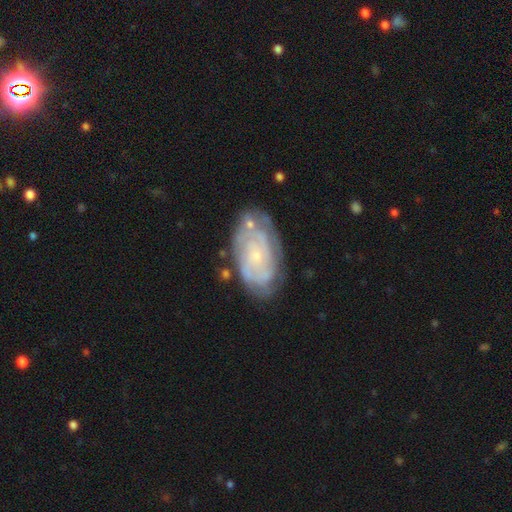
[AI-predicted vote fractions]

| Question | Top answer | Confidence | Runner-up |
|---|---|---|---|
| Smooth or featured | featured or disk | 76% | smooth (18%) |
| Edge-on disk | no | 96% | yes (4%) |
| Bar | no | 78% | weak (19%) |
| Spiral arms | yes | 84% | no (16%) |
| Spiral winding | tight | 70% | medium (23%) |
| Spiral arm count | can't tell | 53% | 2 (20%) |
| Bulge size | small | 78% | moderate (15%) |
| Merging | none | 67% | minor disturbance (21%) |